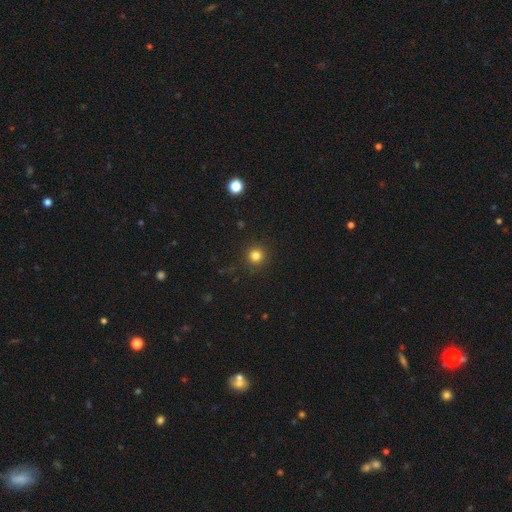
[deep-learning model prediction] This is clearly a smooth galaxy (81%). How rounded: clearly round (95%). Merging: clearly none (91%).